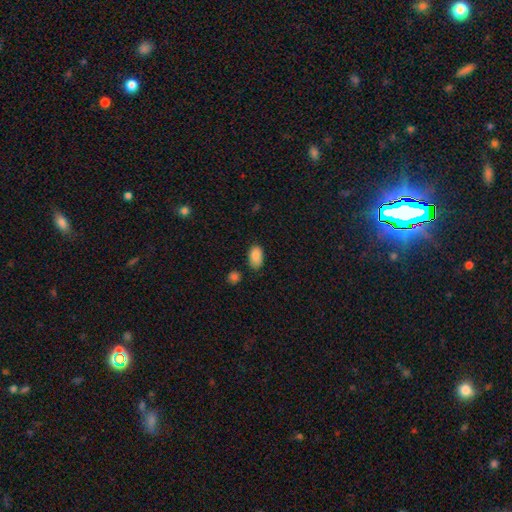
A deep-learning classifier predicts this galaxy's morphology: Smooth or featured?
  - smooth: 88% *
  - star or artifact: 7%
  - featured or disk: 4%
How rounded?
  - in between: 93% *
  - round: 6%
  - cigar-shaped: 2%
Merging?
  - none: 76% *
  - minor disturbance: 18%
  - major disturbance: 3%
  - merger: 3%